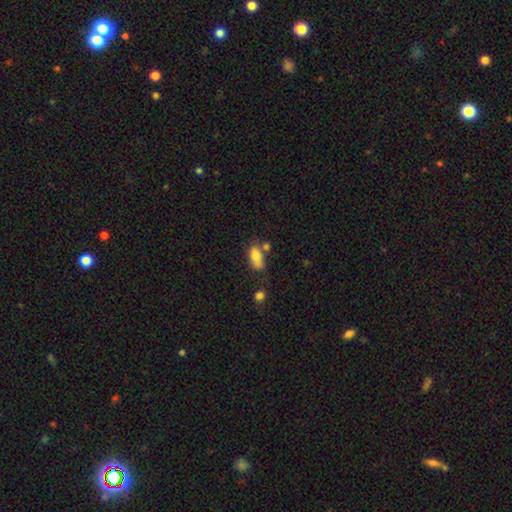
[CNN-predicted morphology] Smooth or featured: smooth — 80% (featured or disk — 11%)
How rounded: in between — 87% (cigar-shaped — 7%)
Merging: none — 43% (minor disturbance — 26%)